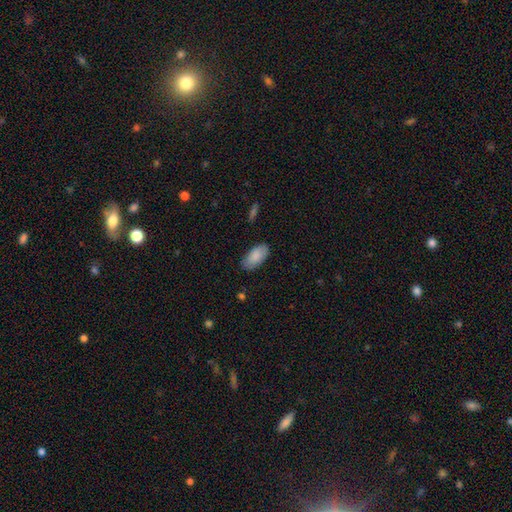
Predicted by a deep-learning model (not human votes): A smooth galaxy with no disk features (85%) that is in between round and cigar-shaped (94%). Merging: none (82%).